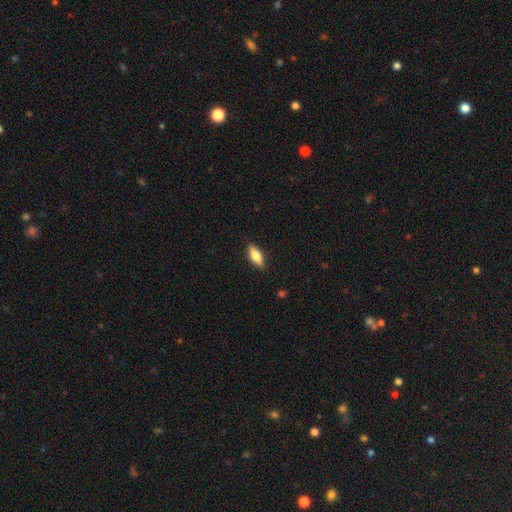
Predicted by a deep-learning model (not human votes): smooth 65%, featured or disk 28%, star or artifact 6%. Down the decision tree: how rounded — in between (68%); merging — none (88%).